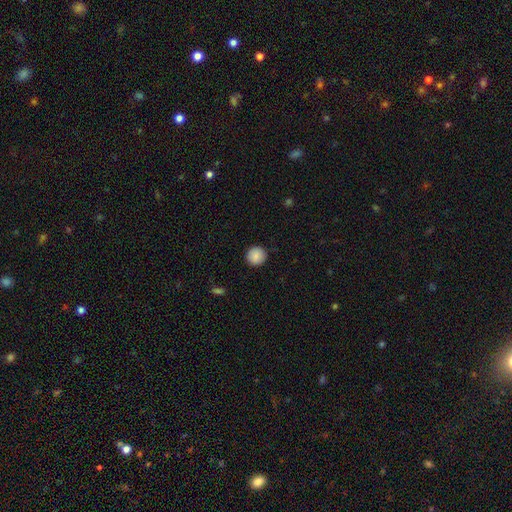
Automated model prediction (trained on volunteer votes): Overall: smooth (87%). How rounded: round (94%). Merging: none (91%).